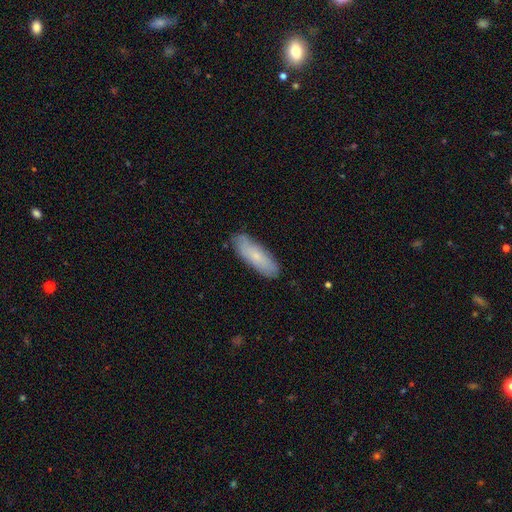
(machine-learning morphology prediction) type=smooth (69%); roundness=in between (52%); merging=none (81%).